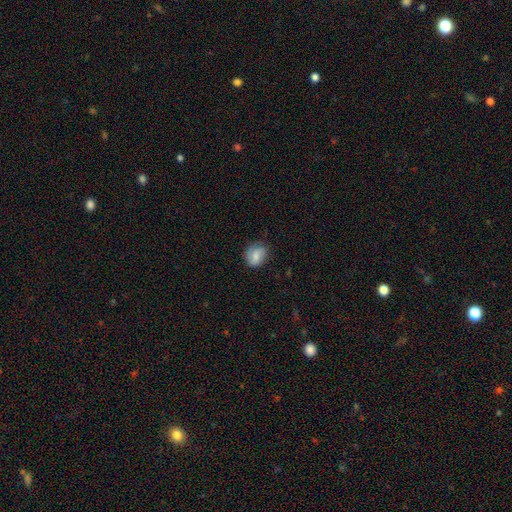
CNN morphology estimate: A smooth galaxy with no disk features (70%) that is round (55%). Merging: none (69%).